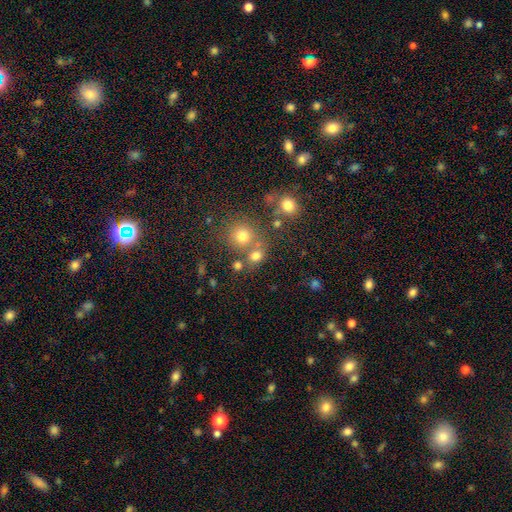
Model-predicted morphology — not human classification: smooth 73%, star or artifact 18%, featured or disk 9%. Down the decision tree: how rounded — round (73%); merging — none (60%).